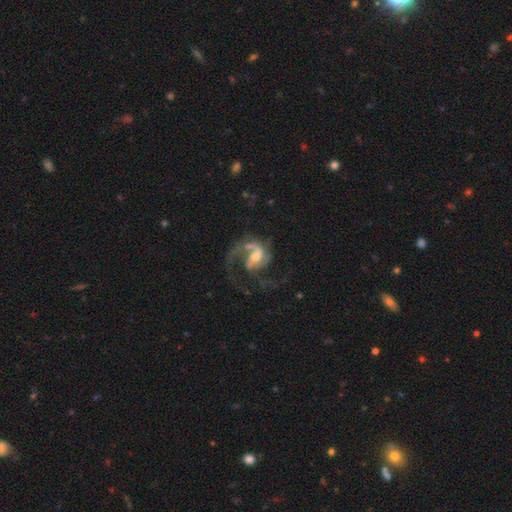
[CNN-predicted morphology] Smooth or featured? featured or disk (87%)
Edge-on disk? no (98%)
Bar? weak (47%)
Spiral arms? yes (95%)
Spiral winding? medium (49%)
Spiral arm count? 2 (39%)
Bulge size? moderate (50%)
Merging? none (41%)